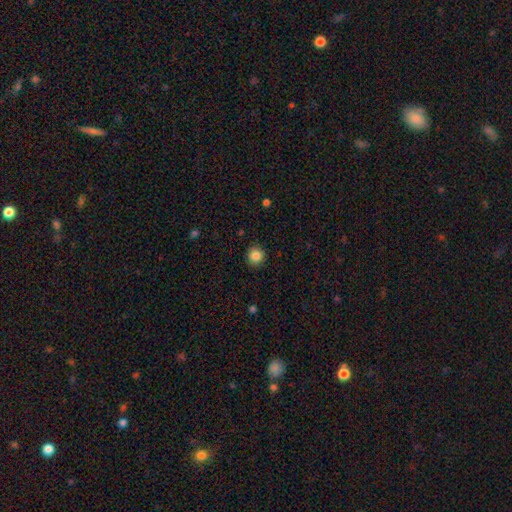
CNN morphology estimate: smooth-or-featured: smooth: 86% | star or artifact: 10% | featured or disk: 4%
  how-rounded: round: 93% | in between: 6% | cigar-shaped: 1%
  merging: none: 91% | minor disturbance: 6% | major disturbance: 2% | merger: 1%